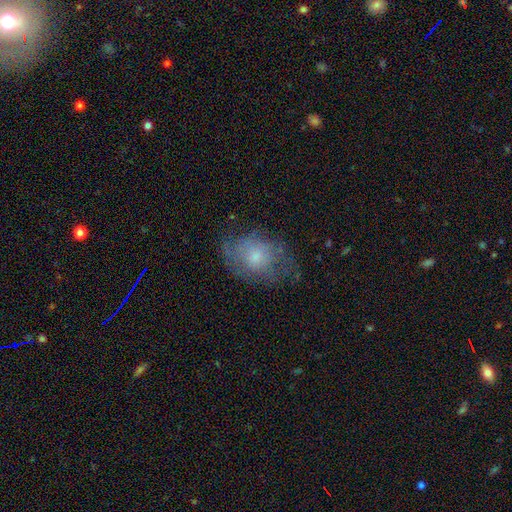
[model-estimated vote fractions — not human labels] smooth_or_featured: smooth (p=0.47) [alt: featured or disk p=0.43]
merging: none (p=0.56) [alt: minor disturbance p=0.26]